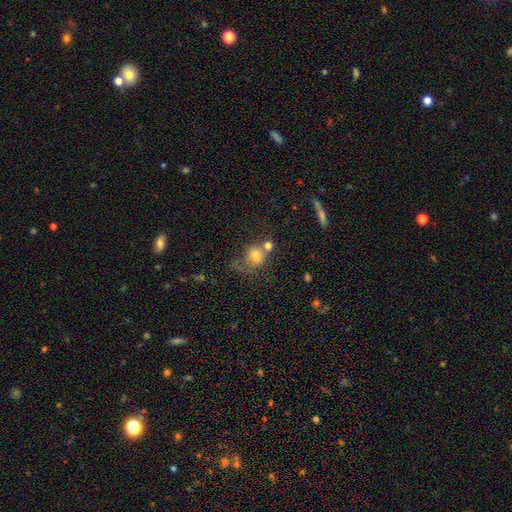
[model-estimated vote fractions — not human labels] Q: Smooth or featured?
A: smooth (69%); runner-up: featured or disk (20%)
Q: How rounded?
A: round (71%); runner-up: in between (28%)
Q: Merging?
A: merger (45%); runner-up: none (26%)